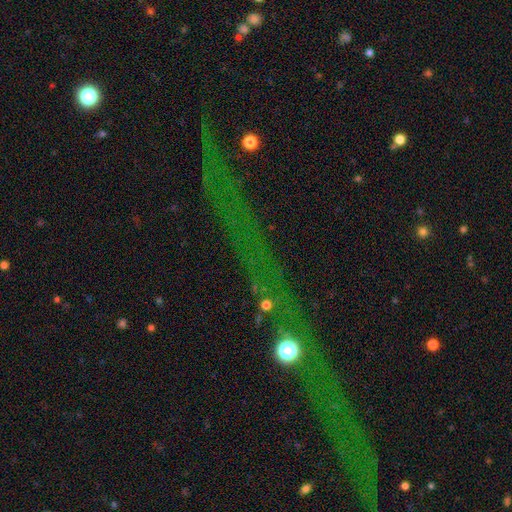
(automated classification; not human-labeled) Q: Smooth or featured?
A: star or artifact (70%); runner-up: featured or disk (15%)